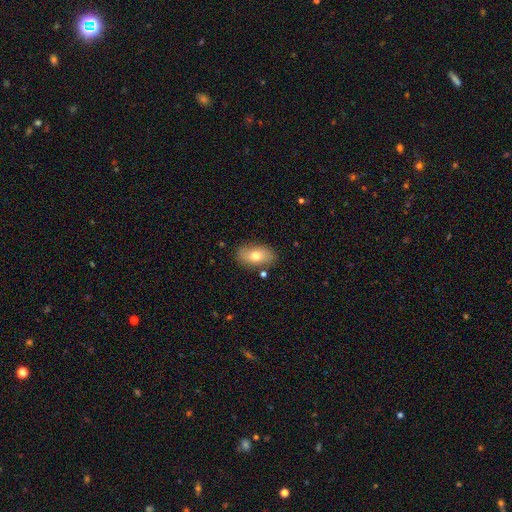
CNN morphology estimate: smooth_or_featured: smooth (p=0.69) [alt: featured or disk p=0.23]
how_rounded: in between (p=0.89) [alt: round p=0.09]
merging: none (p=0.82) [alt: minor disturbance p=0.13]